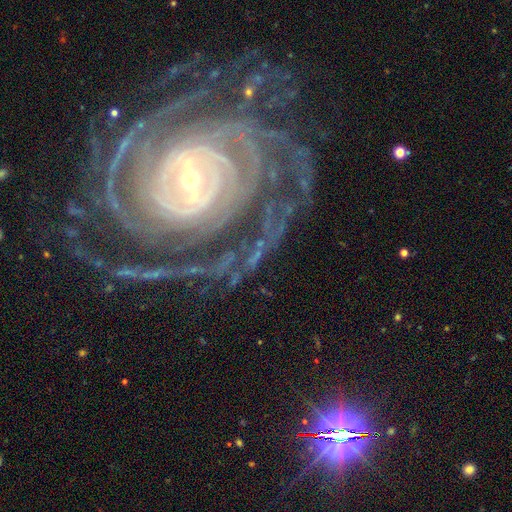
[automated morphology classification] smooth_or_featured: featured or disk (p=0.89) [alt: star or artifact p=0.07]
disk_edge_on: no (p=0.97) [alt: yes p=0.03]
bar: strong (p=0.46) [alt: weak p=0.34]
has_spiral_arms: yes (p=0.98) [alt: no p=0.02]
spiral_winding: tight (p=0.76) [alt: medium p=0.20]
spiral_arm_count: can't tell (p=0.21) [tied with: more than 4 p=0.21]
bulge_size: small (p=0.73) [alt: moderate p=0.22]
merging: none (p=0.68) [alt: minor disturbance p=0.15]